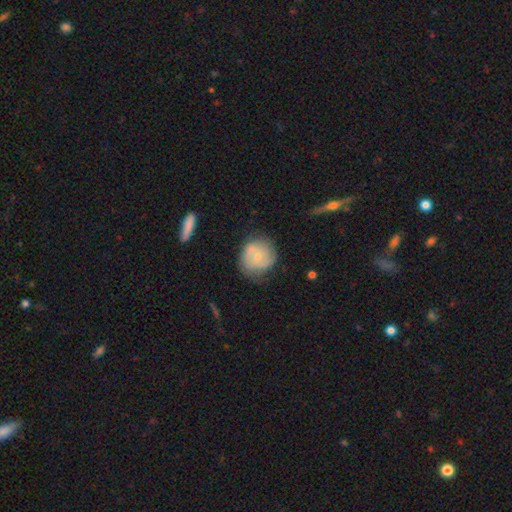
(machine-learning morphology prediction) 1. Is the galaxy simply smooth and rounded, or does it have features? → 62% featured or disk, 32% smooth, 6% star or artifact.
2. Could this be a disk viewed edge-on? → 97% no, 3% yes.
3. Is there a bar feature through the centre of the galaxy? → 67% no, 29% weak, 5% strong.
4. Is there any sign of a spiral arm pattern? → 86% yes, 14% no.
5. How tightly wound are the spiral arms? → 44% tight, 40% medium, 16% loose.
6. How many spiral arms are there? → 53% 2, 24% can't tell, 13% 3, 4% 1, 3% 4, 3% more than 4.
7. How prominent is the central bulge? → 67% small, 27% moderate, 4% none, 1% large, 1% dominant.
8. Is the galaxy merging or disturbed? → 67% none, 23% minor disturbance, 8% major disturbance, 3% merger.